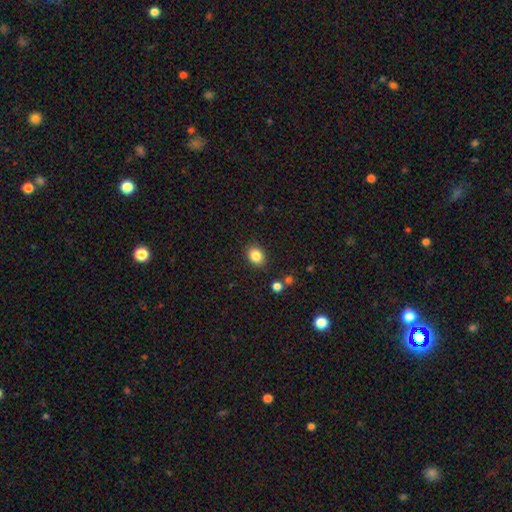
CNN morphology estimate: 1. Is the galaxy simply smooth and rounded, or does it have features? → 85% smooth, 10% star or artifact, 5% featured or disk.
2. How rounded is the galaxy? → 54% in between, 45% round, 1% cigar-shaped.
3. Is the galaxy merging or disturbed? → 86% none, 9% minor disturbance, 3% major disturbance, 2% merger.